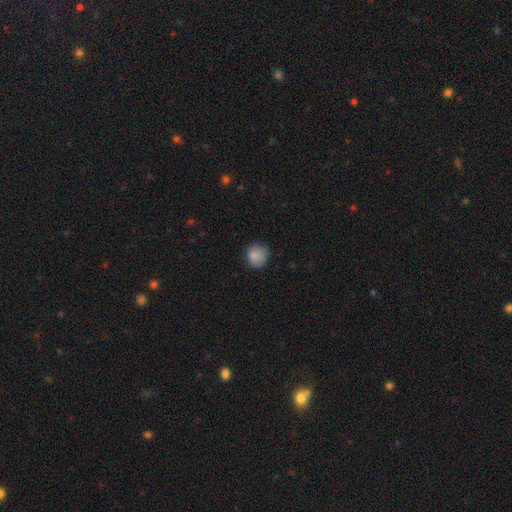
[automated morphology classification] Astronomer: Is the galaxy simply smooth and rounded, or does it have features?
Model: smooth — 84%.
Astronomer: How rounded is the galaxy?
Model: round — 83%.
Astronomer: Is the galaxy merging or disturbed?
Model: none — 73%.